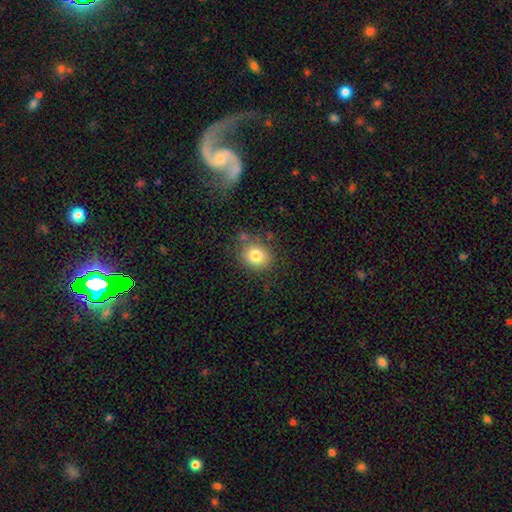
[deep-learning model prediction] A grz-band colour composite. It shows a smooth galaxy with no disk features (81%) that is round (71%). Merging: none (78%).